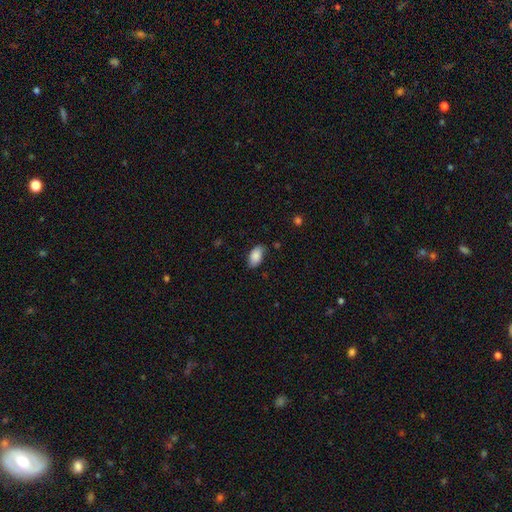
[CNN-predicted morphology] This is clearly a smooth galaxy (87%). How rounded: clearly in between (94%). Merging: likely none (78%).